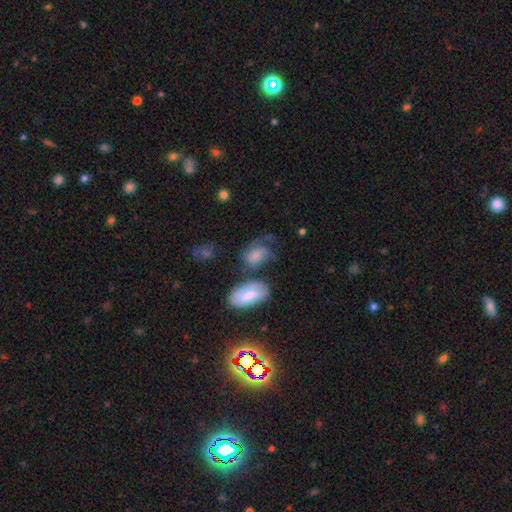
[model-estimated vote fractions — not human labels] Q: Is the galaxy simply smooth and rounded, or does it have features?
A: smooth — 47%.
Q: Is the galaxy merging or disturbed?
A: major disturbance — 32%.